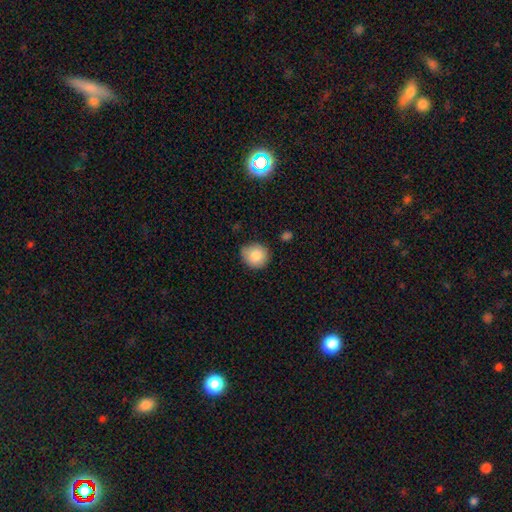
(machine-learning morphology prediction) Smooth or featured? smooth (85%)
How rounded? round (85%)
Merging? none (77%)